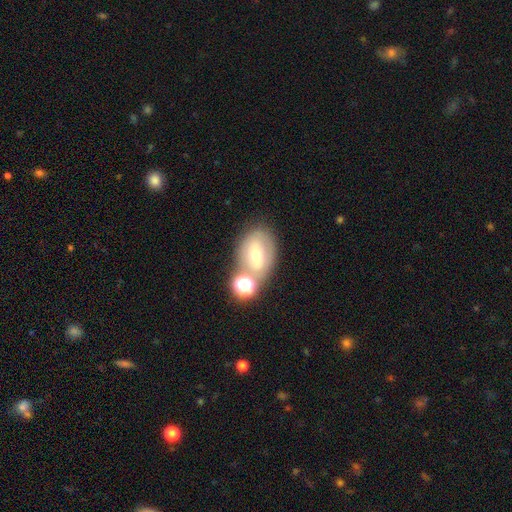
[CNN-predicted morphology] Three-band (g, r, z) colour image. It shows a smooth galaxy with no disk features (52%) that is in between round and cigar-shaped (69%). Merging: none (51%).